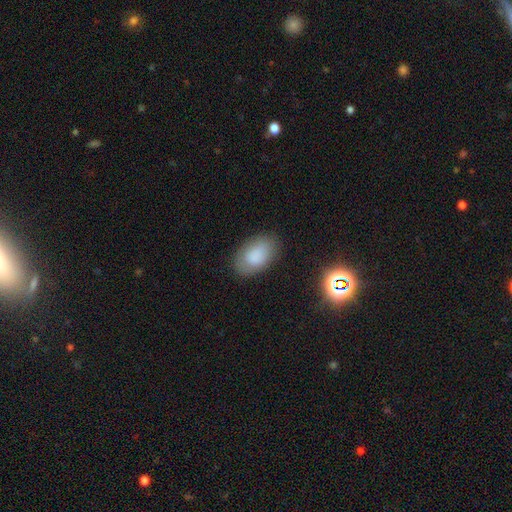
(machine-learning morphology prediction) The model was most divided on "merging": none: 79%, minor disturbance: 15%, major disturbance: 4%, merger: 2%. More confident: how rounded — in between (92%); smooth or featured — smooth (82%).